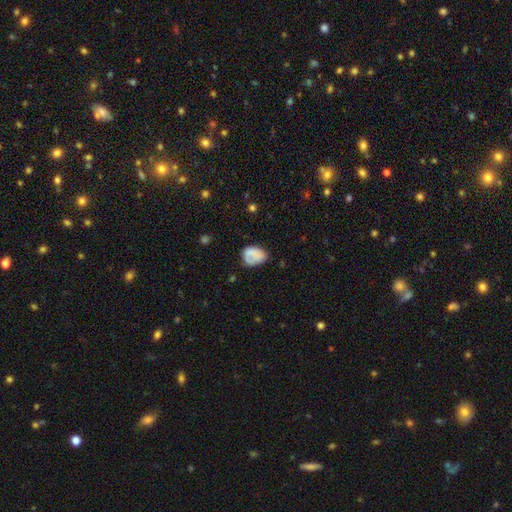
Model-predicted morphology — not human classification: smooth 76%, featured or disk 15%, star or artifact 9%. Down the decision tree: how rounded — in between (68%); merging — none (57%).